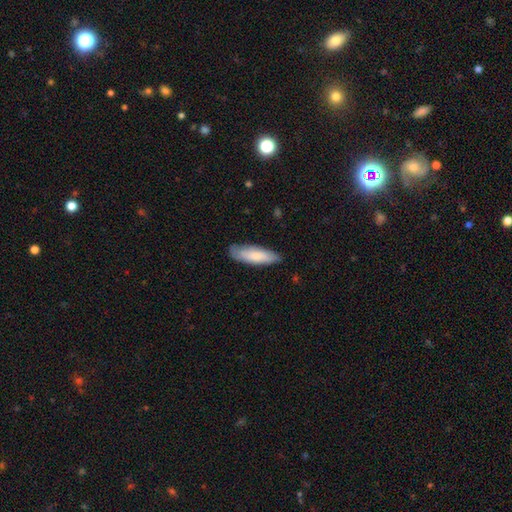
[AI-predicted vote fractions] smooth_or_featured: smooth (p=0.75) [alt: featured or disk p=0.19]
how_rounded: in between (p=0.52) [alt: cigar-shaped p=0.47]
merging: none (p=0.76) [alt: minor disturbance p=0.19]